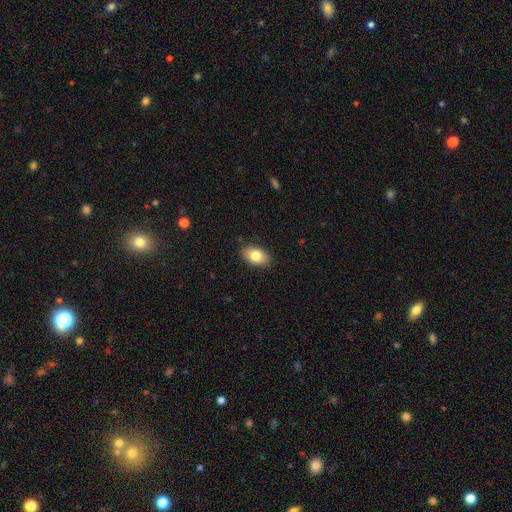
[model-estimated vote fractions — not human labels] smooth 80%, featured or disk 13%, star or artifact 8%. Down the decision tree: how rounded — in between (88%); merging — none (87%).